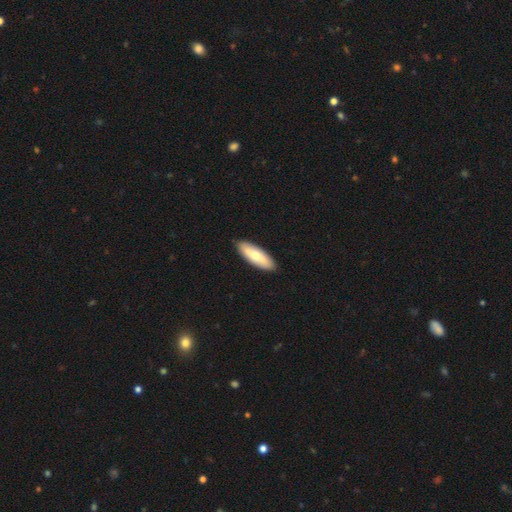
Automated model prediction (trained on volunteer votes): smooth-or-featured: smooth: 66% | featured or disk: 29% | star or artifact: 5%
  how-rounded: in between: 62% | cigar-shaped: 36% | round: 2%
  merging: none: 91% | minor disturbance: 7% | major disturbance: 1% | merger: 1%